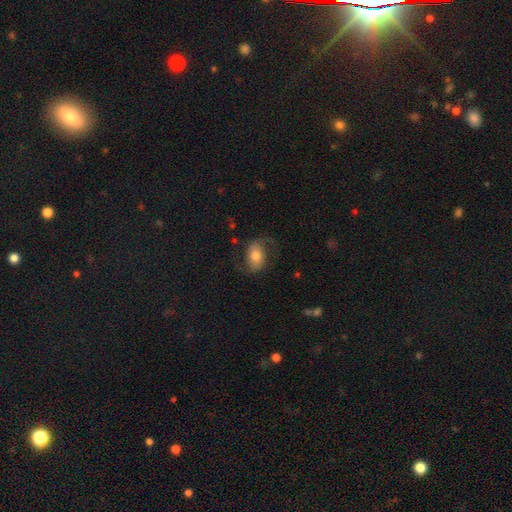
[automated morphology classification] smooth-or-featured: featured or disk: 53% | smooth: 39% | star or artifact: 8%
  disk-edge-on: no: 96% | yes: 4%
    bar: no: 52% | weak: 32% | strong: 16%
    has-spiral-arms: yes: 86% | no: 14%
    bulge-size: moderate: 62% | large: 18% | small: 15% | dominant: 3% | none: 2%
  merging: none: 66% | minor disturbance: 18% | major disturbance: 15% | merger: 1%